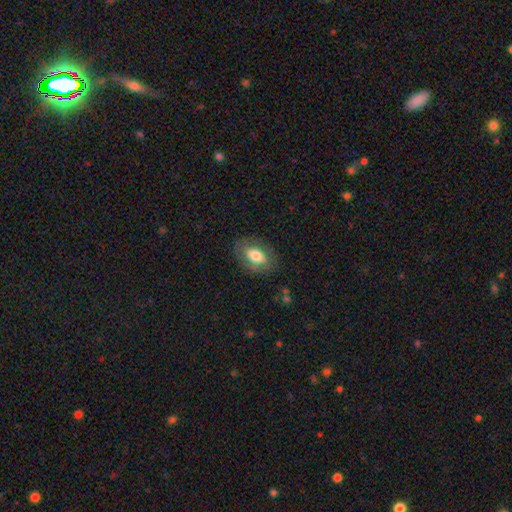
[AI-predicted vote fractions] smooth-or-featured: smooth: 66% | featured or disk: 27% | star or artifact: 7%
  how-rounded: in between: 87% | round: 11% | cigar-shaped: 2%
  merging: none: 79% | minor disturbance: 14% | major disturbance: 6% | merger: 1%